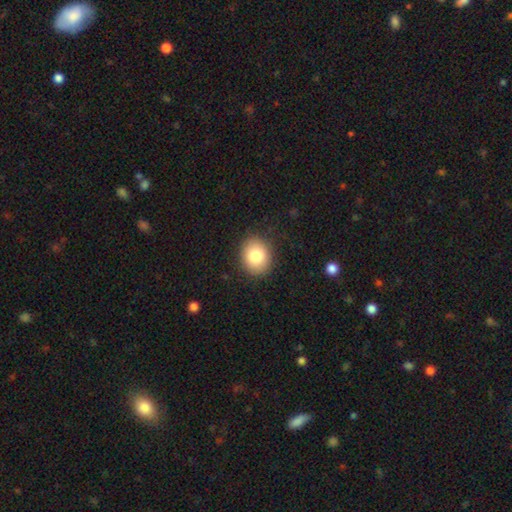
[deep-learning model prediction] Smooth or featured? smooth (83%)
How rounded? round (62%)
Merging? none (88%)